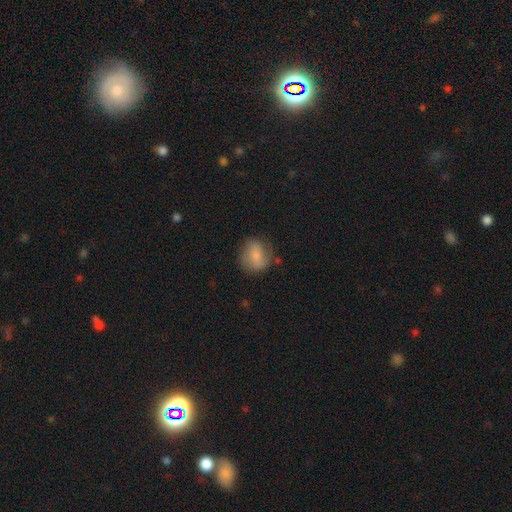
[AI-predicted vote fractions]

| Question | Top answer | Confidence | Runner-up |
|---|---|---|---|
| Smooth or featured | smooth | 71% | featured or disk (21%) |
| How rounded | round | 66% | in between (32%) |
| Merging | none | 66% | minor disturbance (23%) |